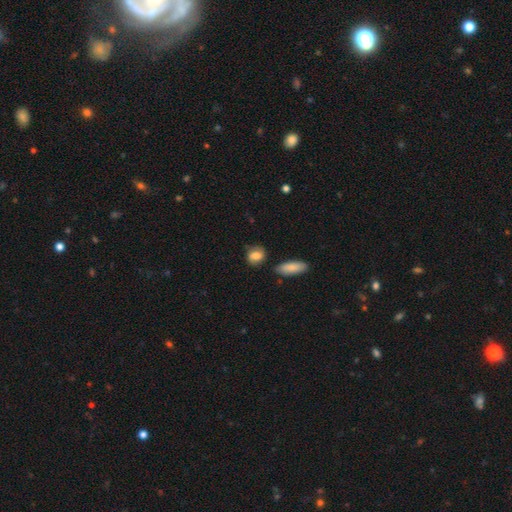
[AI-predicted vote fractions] Morphology: type=smooth (77%); roundness=in between (52%); merging=none (70%).